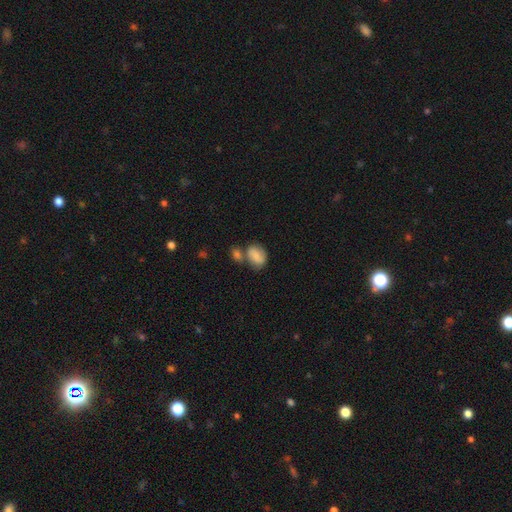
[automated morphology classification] This appears to be a smooth galaxy with no disk features (81%) that is in between round and cigar-shaped (73%). Merging: merger (41%).